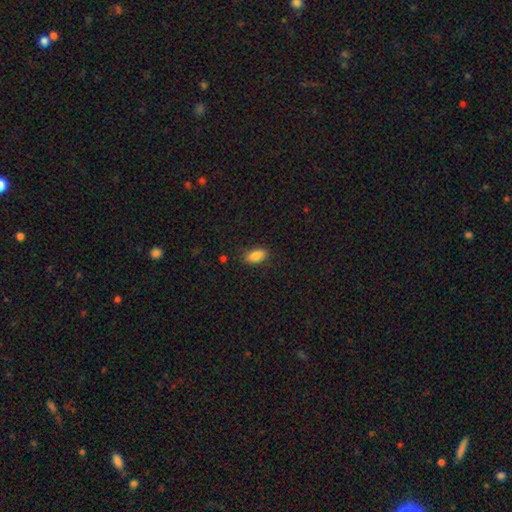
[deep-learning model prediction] This is clearly a smooth galaxy (86%). How rounded: clearly in between (91%). Merging: clearly none (84%).